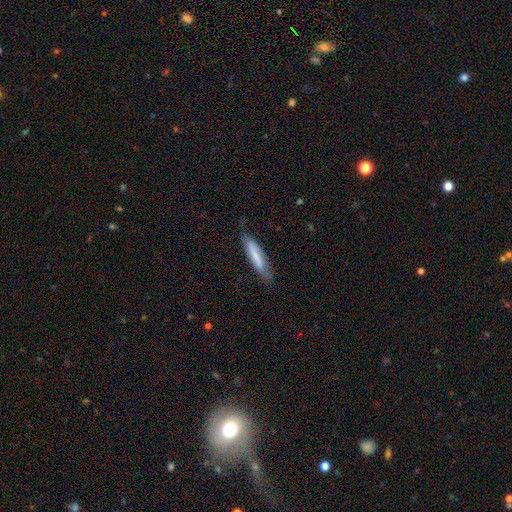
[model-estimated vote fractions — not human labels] Q: Smooth or featured?
A: smooth (71%); runner-up: featured or disk (23%)
Q: How rounded?
A: cigar-shaped (84%); runner-up: in between (15%)
Q: Merging?
A: none (74%); runner-up: minor disturbance (20%)